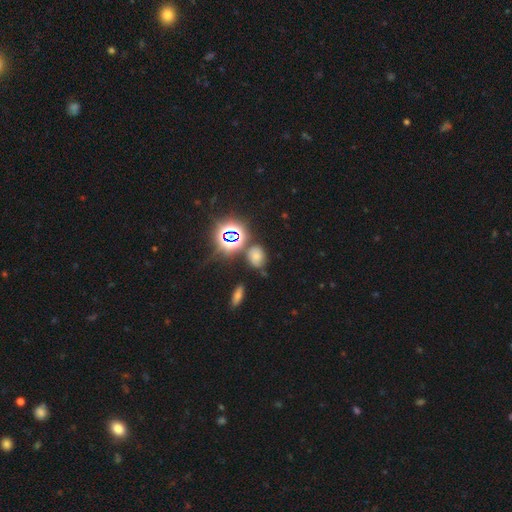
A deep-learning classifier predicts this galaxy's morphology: A smooth galaxy with no disk features (52%) that is in between round and cigar-shaped (56%).

Vote fractions:
- Smooth or featured? smooth: 52% / star or artifact: 38% / featured or disk: 10%
- How rounded? in between: 56% / round: 42% / cigar-shaped: 2%
- Merging? none: 67% / minor disturbance: 18% / merger: 8% / major disturbance: 6%